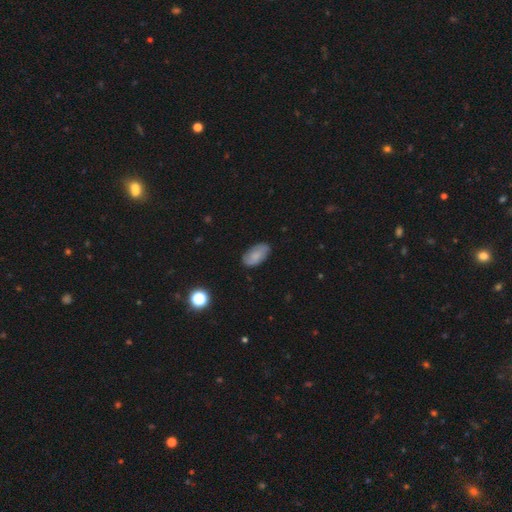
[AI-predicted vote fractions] The model was most divided on "smooth or featured": smooth: 71%, featured or disk: 21%, star or artifact: 9%. More confident: how rounded — in between (93%); merging — none (79%).